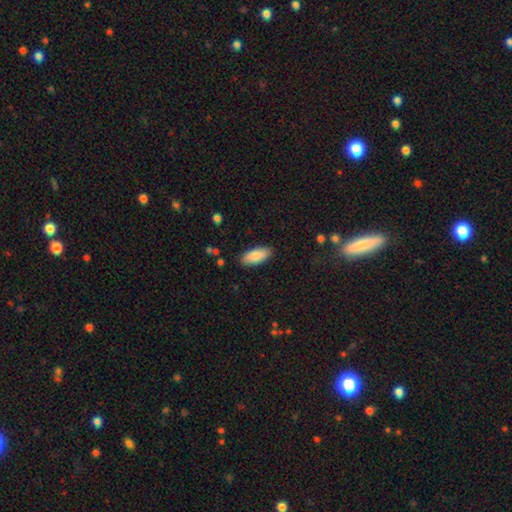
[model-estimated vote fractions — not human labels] Smooth or featured?
  - smooth: 86% *
  - featured or disk: 8%
  - star or artifact: 6%
How rounded?
  - in between: 88% *
  - cigar-shaped: 10%
  - round: 2%
Merging?
  - none: 88% *
  - minor disturbance: 9%
  - major disturbance: 2%
  - merger: 1%